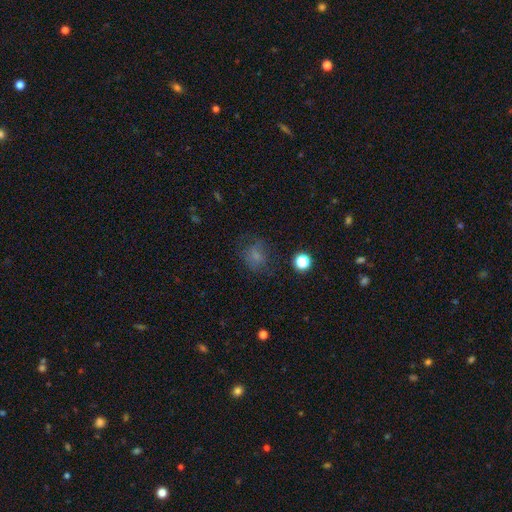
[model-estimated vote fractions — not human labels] A smooth galaxy with no disk features (66%) that is round (65%).

Vote fractions:
- Smooth or featured? smooth: 66% / star or artifact: 19% / featured or disk: 15%
- How rounded? round: 65% / in between: 34% / cigar-shaped: 1%
- Merging? none: 63% / minor disturbance: 20% / major disturbance: 14% / merger: 2%